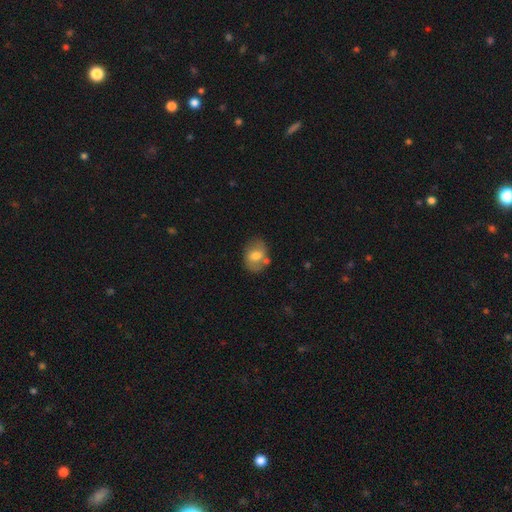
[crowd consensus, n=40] This appears to be a smooth galaxy with no disk features (60%) that is in between round and cigar-shaped (58%). Merging: none (66%).